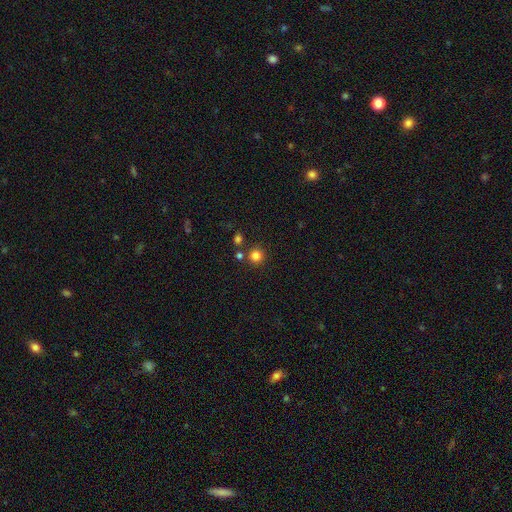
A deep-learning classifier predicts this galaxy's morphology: This appears to be a smooth galaxy with no disk features (82%) that is round (94%). Merging: none (82%).